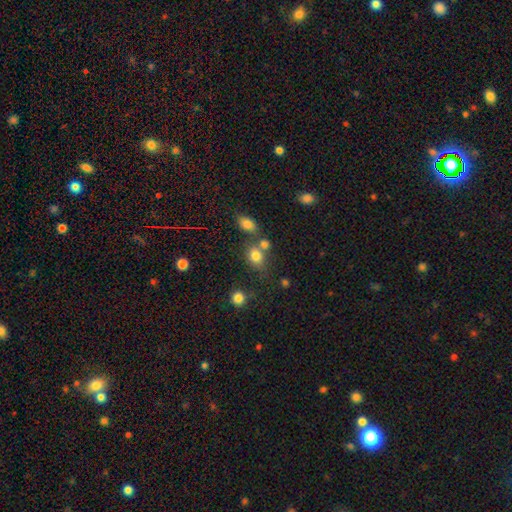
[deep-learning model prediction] Smooth or featured: smooth — 78% (star or artifact — 14%)
How rounded: round — 50% (in between — 48%)
Merging: none — 53% (merger — 28%)